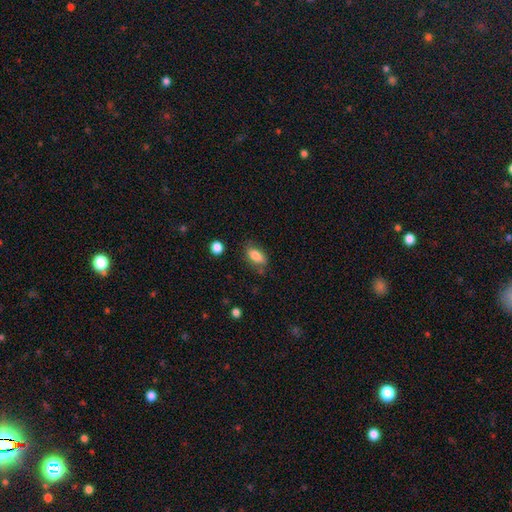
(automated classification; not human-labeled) Smooth or featured: smooth — 82% (featured or disk — 11%)
How rounded: in between — 86% (cigar-shaped — 8%)
Merging: none — 71% (minor disturbance — 21%)